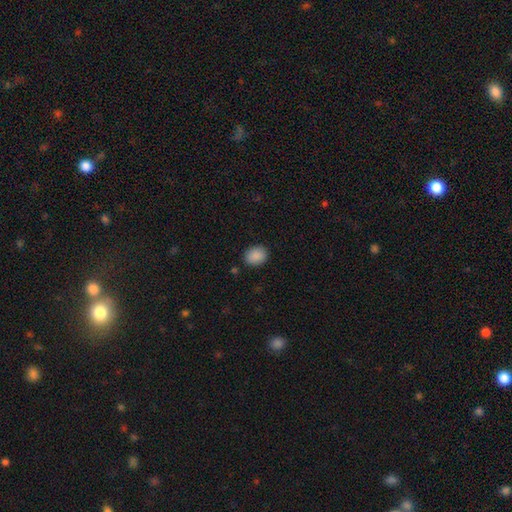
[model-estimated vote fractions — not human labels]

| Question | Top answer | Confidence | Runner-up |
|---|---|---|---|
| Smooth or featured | smooth | 89% | star or artifact (8%) |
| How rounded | in between | 52% | round (48%) |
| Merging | none | 87% | minor disturbance (9%) |